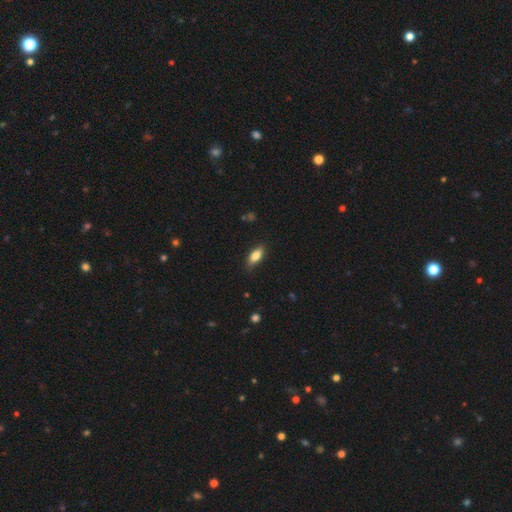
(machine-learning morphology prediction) A smooth galaxy with no disk features (82%) that is in between round and cigar-shaped (82%).

Vote fractions:
- Smooth or featured? smooth: 82% / featured or disk: 11% / star or artifact: 7%
- How rounded? in between: 82% / cigar-shaped: 15% / round: 3%
- Merging? none: 84% / minor disturbance: 13% / major disturbance: 3% / merger: 1%